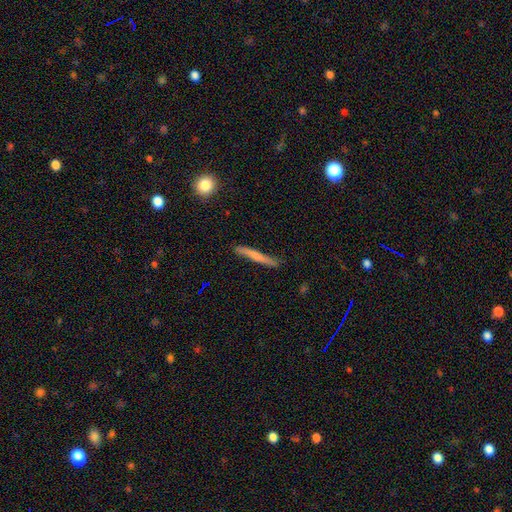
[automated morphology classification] This is likely a smooth galaxy (62%). How rounded: clearly cigar-shaped (95%). Merging: clearly none (81%).